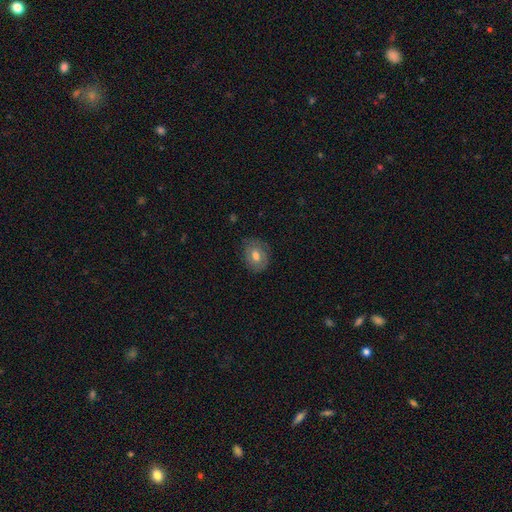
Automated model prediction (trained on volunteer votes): Smooth or featured? smooth (60%)
How rounded? in between (57%)
Merging? none (75%)